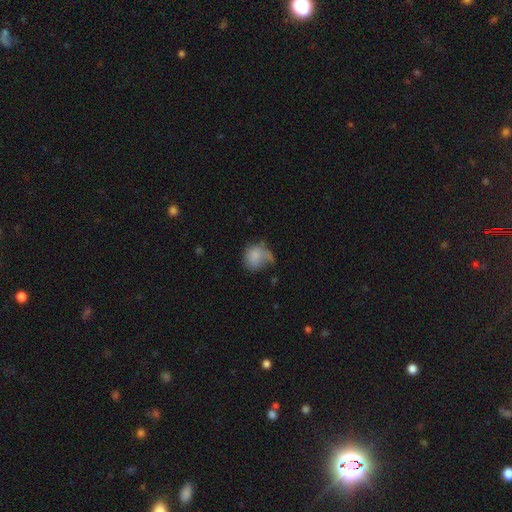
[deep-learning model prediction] Smooth or featured? smooth (75%)
How rounded? round (65%)
Merging? none (34%)